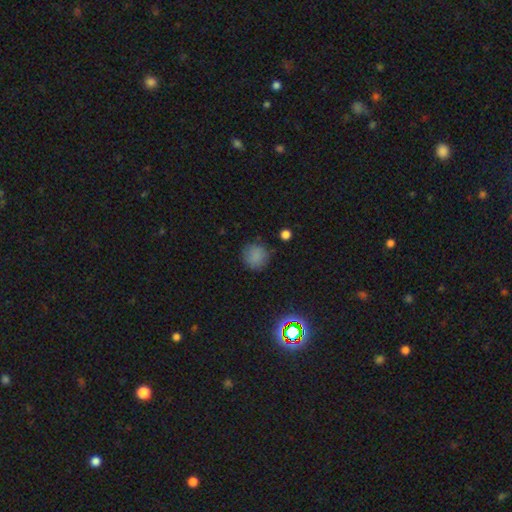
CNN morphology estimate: Smooth or featured? smooth (81%)
How rounded? round (92%)
Merging? none (83%)